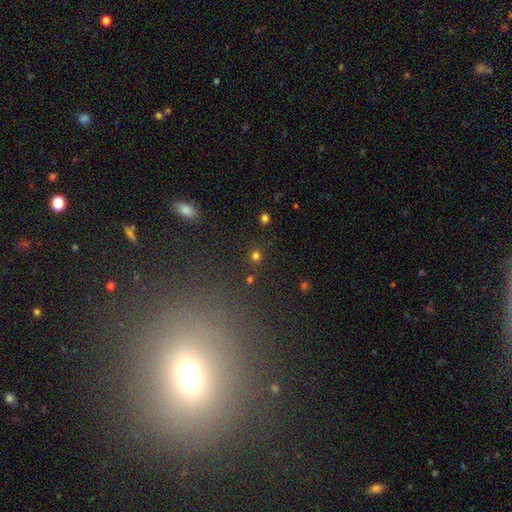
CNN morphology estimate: This appears to be a smooth galaxy with no disk features (75%) that is round (90%). Merging: none (88%).